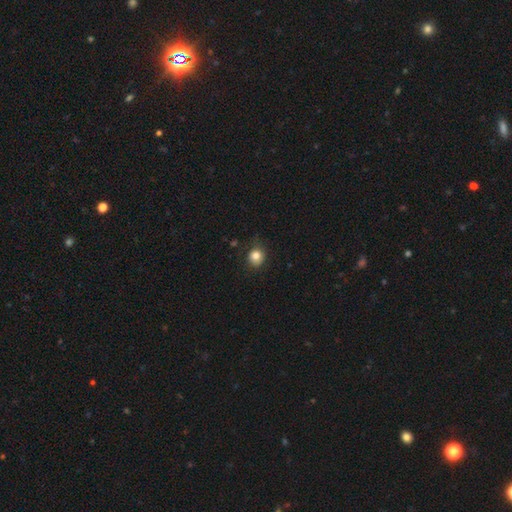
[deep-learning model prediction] This appears to be a smooth galaxy with no disk features (82%) that is round (80%). Merging: none (76%).